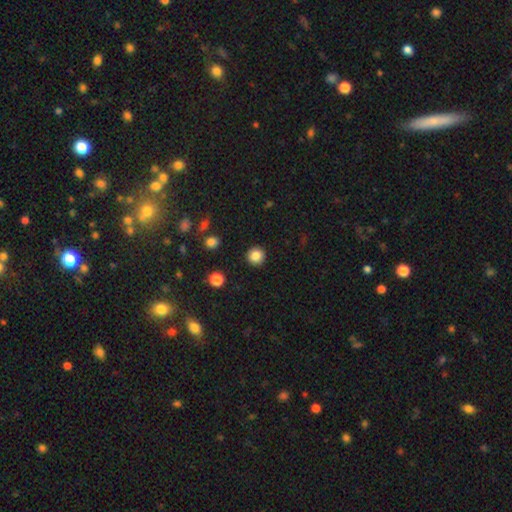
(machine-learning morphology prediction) Smooth or featured? Predicted: smooth (p=0.85). How rounded? Predicted: round (p=0.94). Merging? Predicted: none (p=0.92).